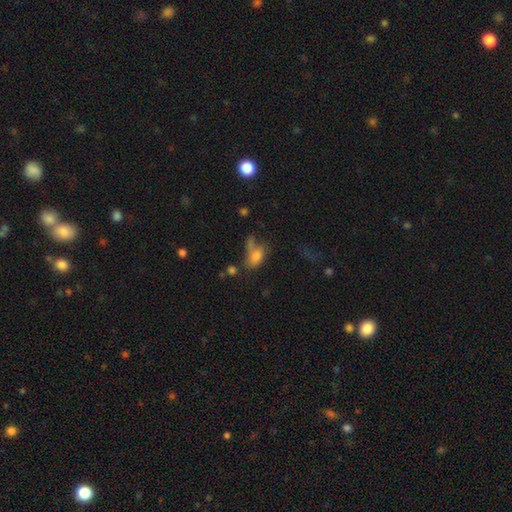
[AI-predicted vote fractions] Smooth or featured? Predicted: smooth (p=0.71). How rounded? Predicted: in between (p=0.85). Merging? Predicted: none (p=0.32).